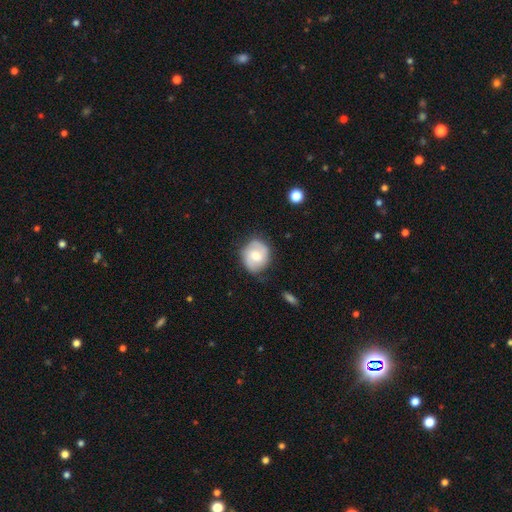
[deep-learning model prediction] smooth-or-featured: featured or disk: 49% | smooth: 44% | star or artifact: 7%
  merging: none: 72% | minor disturbance: 21% | major disturbance: 6% | merger: 2%